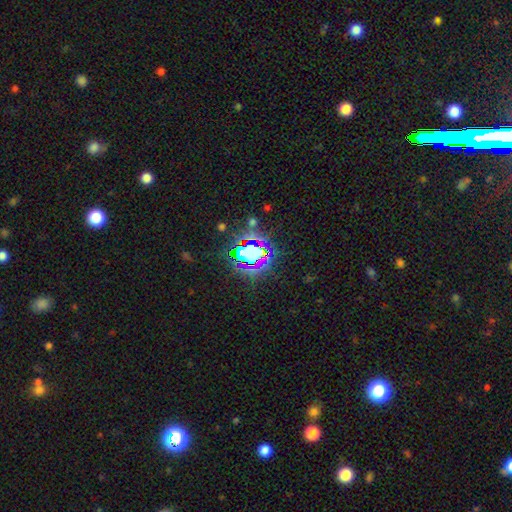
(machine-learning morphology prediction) Smooth or featured? Predicted: star or artifact (p=0.67).